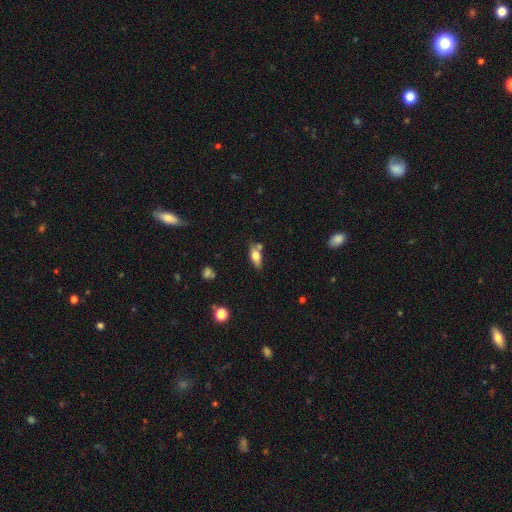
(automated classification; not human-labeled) smooth 71%, featured or disk 21%, star or artifact 8%. Down the decision tree: how rounded — in between (79%); merging — none (61%).